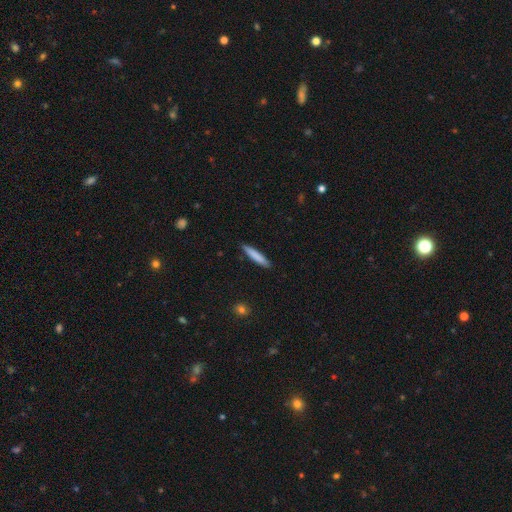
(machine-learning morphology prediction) A smooth galaxy with no disk features (81%) that is cigar-shaped (92%). Merging: none (90%).